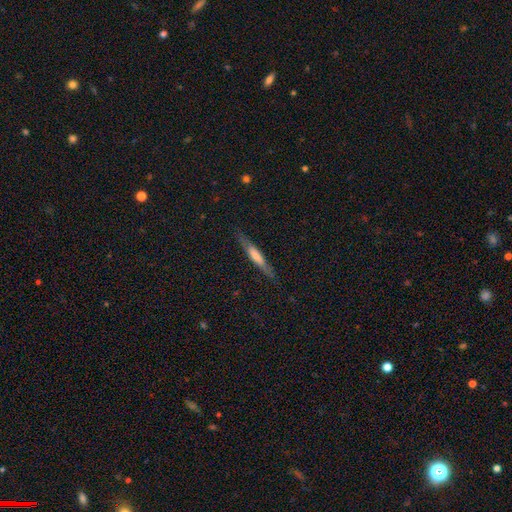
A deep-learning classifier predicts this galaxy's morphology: Q: Smooth or featured?
A: featured or disk (57%); runner-up: smooth (35%)
Q: Edge-on disk?
A: yes (93%); runner-up: no (7%)
Q: Edge-on bulge?
A: none (39%); runner-up: rounded (36%)
Q: Merging?
A: none (86%); runner-up: minor disturbance (11%)